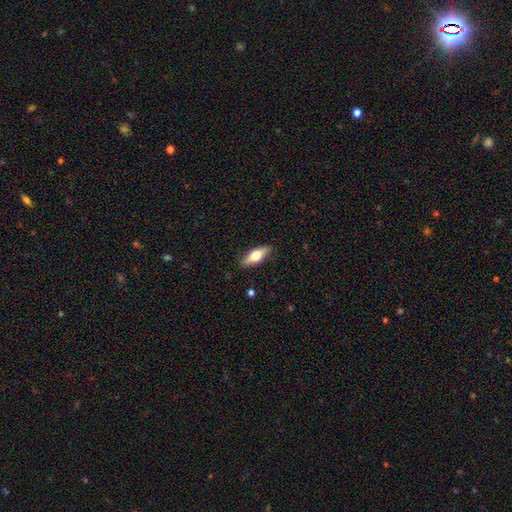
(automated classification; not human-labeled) Morphology: type=smooth (57%); roundness=in between (63%); merging=none (87%).